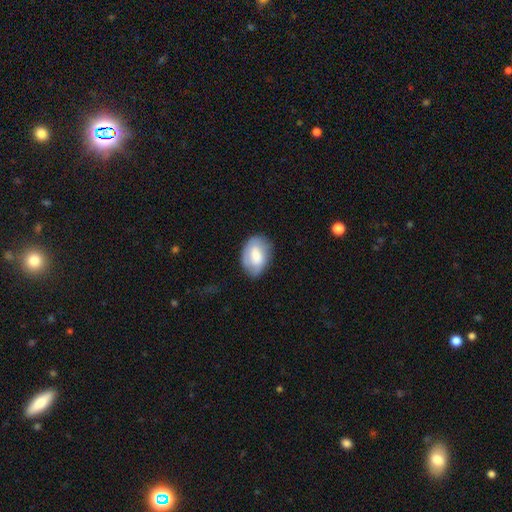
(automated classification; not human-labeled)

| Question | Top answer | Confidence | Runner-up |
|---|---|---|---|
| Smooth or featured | smooth | 67% | featured or disk (26%) |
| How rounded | in between | 84% | round (15%) |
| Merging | none | 69% | minor disturbance (23%) |